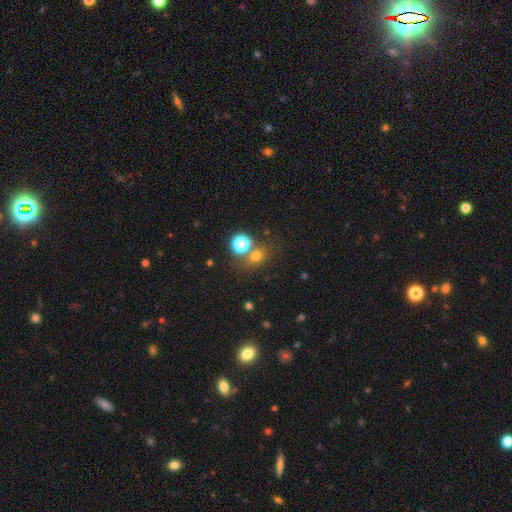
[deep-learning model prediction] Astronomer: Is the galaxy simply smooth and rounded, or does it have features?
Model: smooth — 67%.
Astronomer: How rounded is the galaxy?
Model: round — 70%.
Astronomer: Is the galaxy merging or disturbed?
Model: none — 67%.